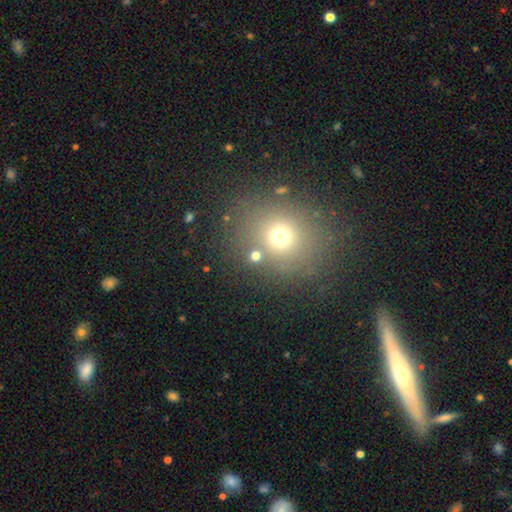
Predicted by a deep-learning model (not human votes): smooth-or-featured: smooth: 67% | star or artifact: 23% | featured or disk: 10%
  how-rounded: round: 82% | in between: 17% | cigar-shaped: 1%
  merging: none: 75% | merger: 11% | minor disturbance: 9% | major disturbance: 5%